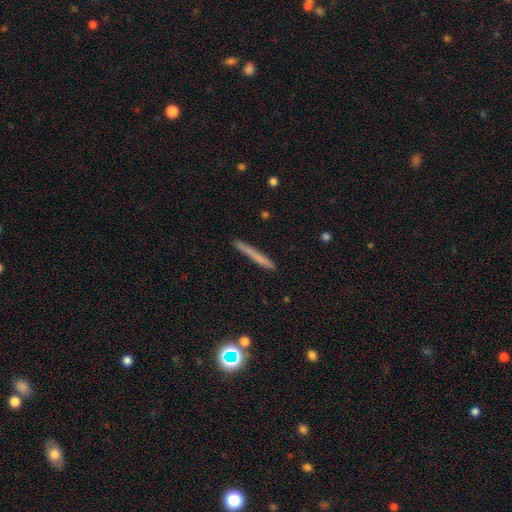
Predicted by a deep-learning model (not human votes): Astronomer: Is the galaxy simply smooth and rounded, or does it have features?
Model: smooth — 62%.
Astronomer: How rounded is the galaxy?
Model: cigar-shaped — 96%.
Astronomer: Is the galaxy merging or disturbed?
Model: none — 90%.